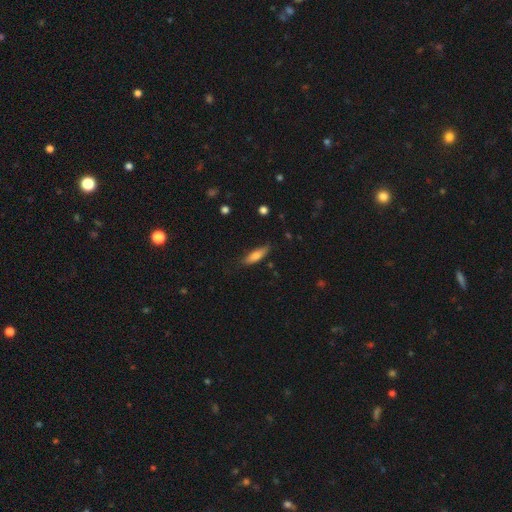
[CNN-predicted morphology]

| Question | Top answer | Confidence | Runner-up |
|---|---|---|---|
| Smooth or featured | smooth | 76% | featured or disk (18%) |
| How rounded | cigar-shaped | 50% | in between (48%) |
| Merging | none | 77% | minor disturbance (18%) |